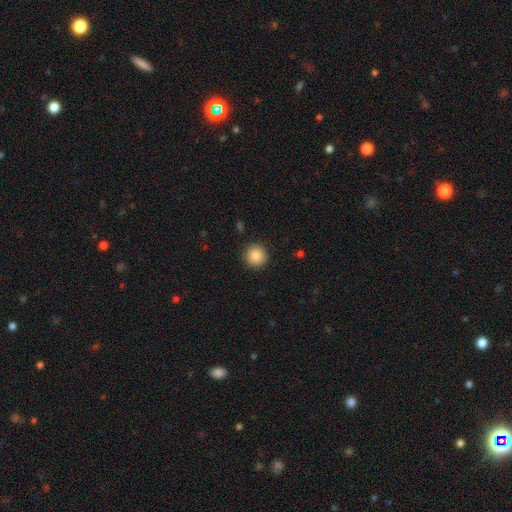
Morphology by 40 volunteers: smooth-or-featured: smooth: 90% | featured or disk: 8% | star or artifact: 2%
  how-rounded: round: 94% | in between: 6% | cigar-shaped: 0%
  merging: none: 95% | minor disturbance: 5% | major disturbance: 0% | merger: 0%